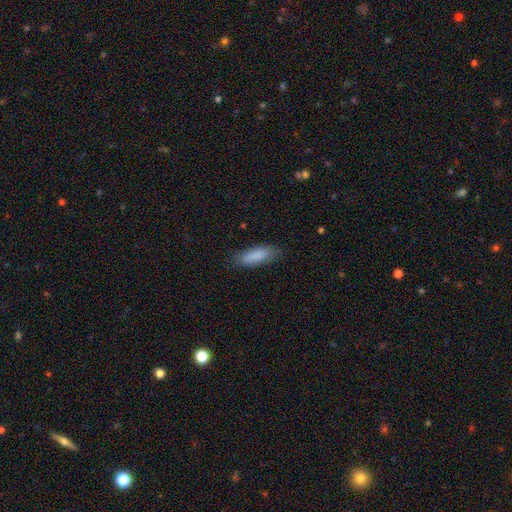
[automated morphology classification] Overall: smooth (86%). How rounded: in between (59%; cigar-shaped 39%). Merging: none (81%).